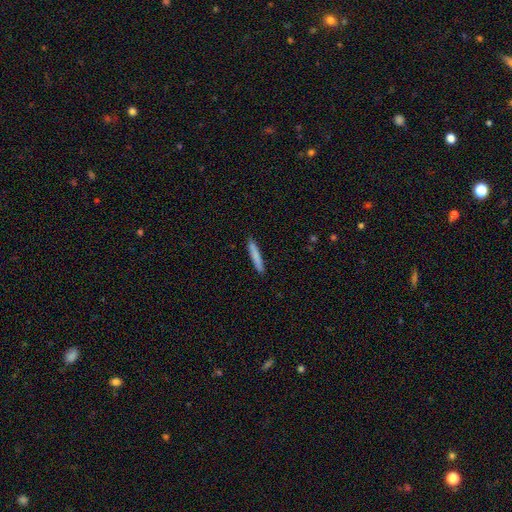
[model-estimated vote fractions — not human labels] smooth-or-featured: smooth: 82% | featured or disk: 12% | star or artifact: 6%
  how-rounded: cigar-shaped: 94% | in between: 5% | round: 1%
  merging: none: 91% | minor disturbance: 7% | major disturbance: 1% | merger: 1%